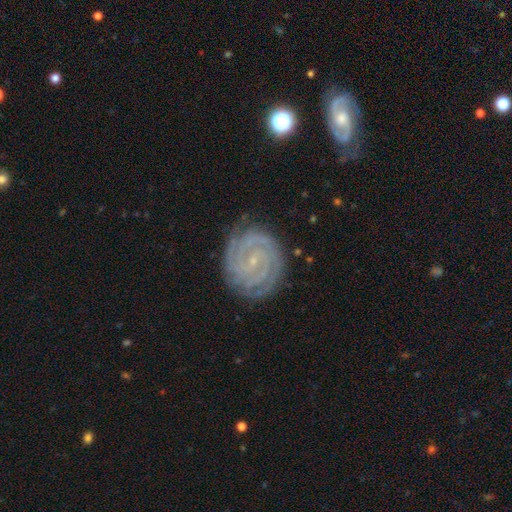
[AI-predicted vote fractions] The model was most divided on "bar": no: 49%, weak: 37%, strong: 14%. Remaining: spiral arms — yes (97%); edge-on disk — no (97%); bulge size — small (83%); smooth or featured — featured or disk (82%); merging — none (81%); spiral winding — tight (78%); spiral arm count — 2 (34%).